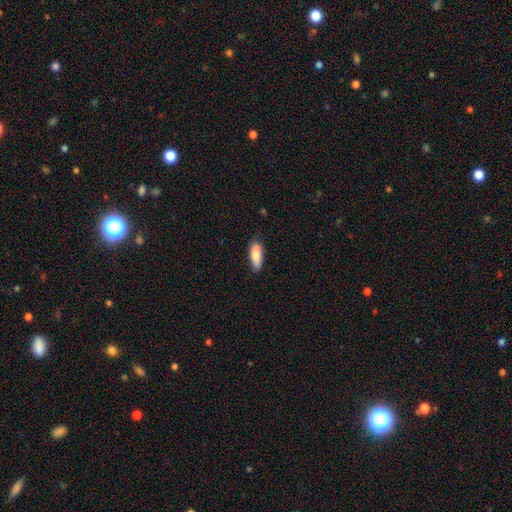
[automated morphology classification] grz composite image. It shows a smooth galaxy with no disk features (80%) that is in between round and cigar-shaped (62%). Merging: none (59%).